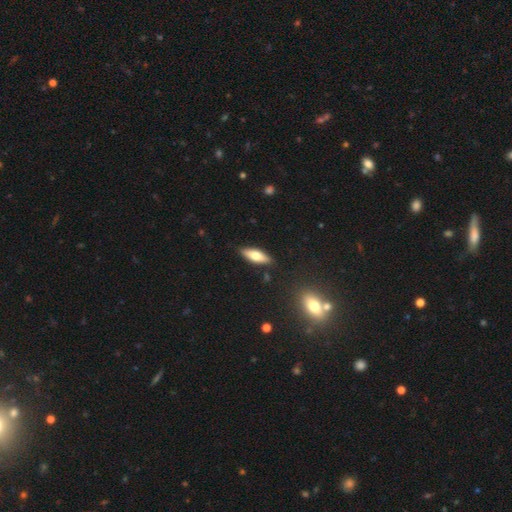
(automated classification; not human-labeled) Smooth or featured? smooth (63%)
How rounded? in between (61%)
Merging? none (87%)